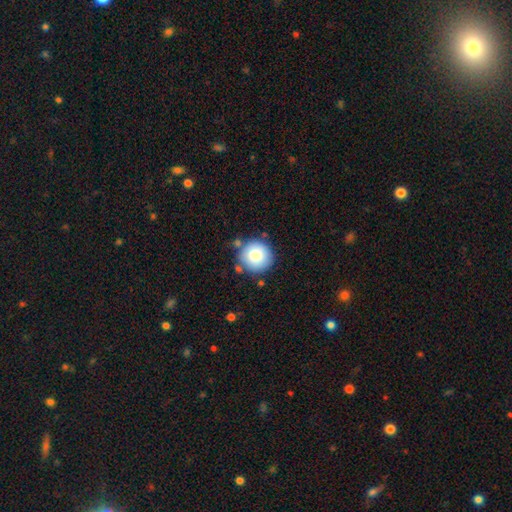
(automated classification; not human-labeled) Smooth or featured?
  - smooth: 81% *
  - featured or disk: 10%
  - star or artifact: 8%
How rounded?
  - round: 94% *
  - in between: 5%
  - cigar-shaped: 1%
Merging?
  - none: 80% *
  - minor disturbance: 11%
  - merger: 5%
  - major disturbance: 3%